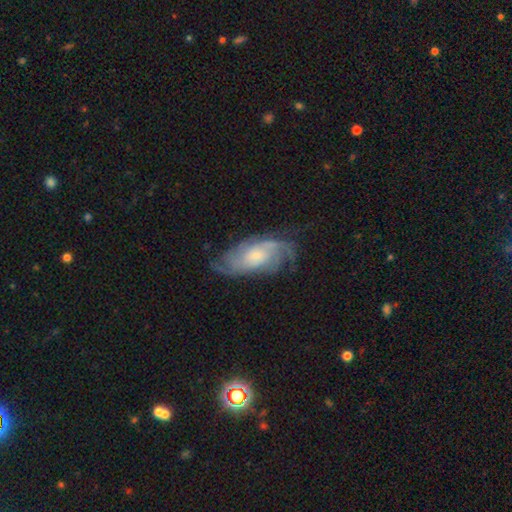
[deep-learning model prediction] smooth_or_featured: featured or disk (p=0.82) [alt: smooth p=0.11]
disk_edge_on: no (p=0.94) [alt: yes p=0.06]
bar: no (p=0.66) [alt: weak p=0.29]
has_spiral_arms: yes (p=0.96) [alt: no p=0.04]
spiral_winding: tight (p=0.46) [alt: medium p=0.40]
spiral_arm_count: can't tell (p=0.28) [alt: 3 p=0.25]
bulge_size: moderate (p=0.44) [alt: small p=0.41]
merging: none (p=0.71) [alt: minor disturbance p=0.19]